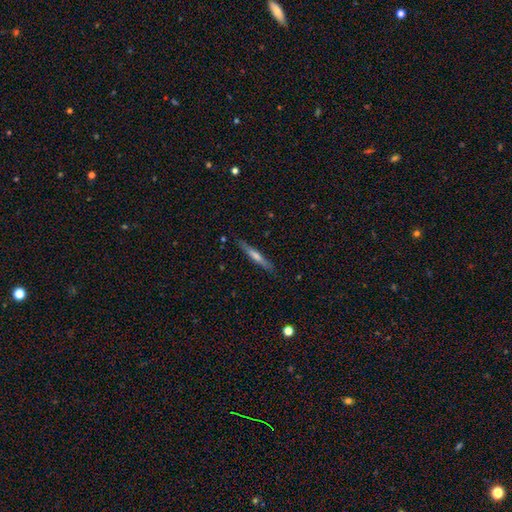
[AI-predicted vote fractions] Smooth or featured: featured or disk — 53% (smooth — 41%)
Edge-on disk: yes — 96% (no — 4%)
Edge-on bulge: rounded — 52% (none — 36%)
Merging: none — 88% (minor disturbance — 9%)